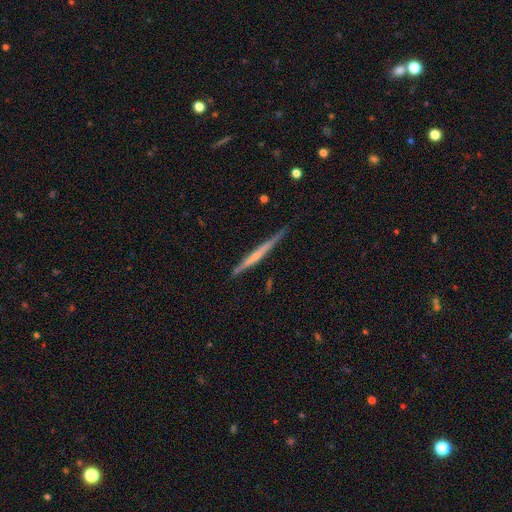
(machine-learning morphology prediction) The model was most divided on "smooth or featured": featured or disk: 61%, smooth: 33%, star or artifact: 6%. More confident: edge-on disk — yes (98%); merging — none (85%); edge-on bulge — none (71%).